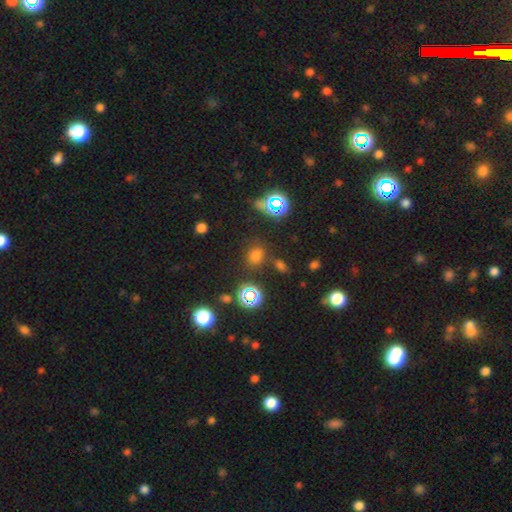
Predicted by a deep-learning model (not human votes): Smooth or featured? smooth (61%)
How rounded? round (72%)
Merging? none (77%)